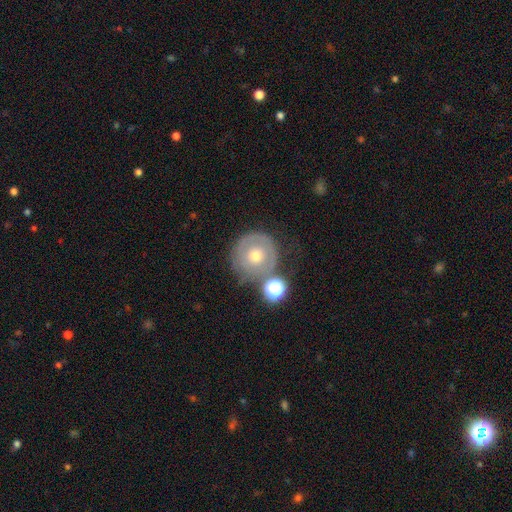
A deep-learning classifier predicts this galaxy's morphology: type=smooth (48%); merging=none (62%).